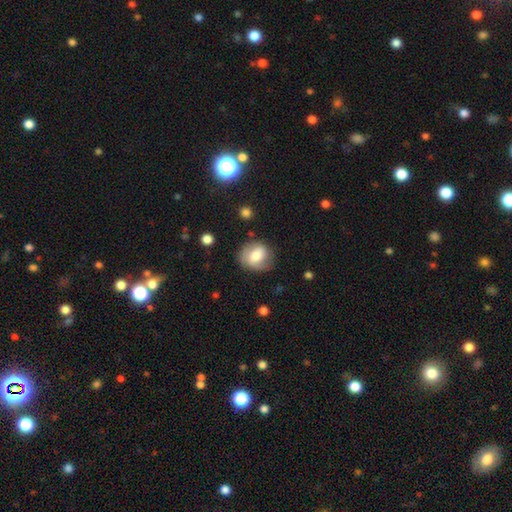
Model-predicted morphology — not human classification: smooth-or-featured: smooth: 65% | featured or disk: 27% | star or artifact: 8%
  how-rounded: round: 64% | in between: 35% | cigar-shaped: 1%
  merging: none: 68% | minor disturbance: 22% | major disturbance: 8% | merger: 2%